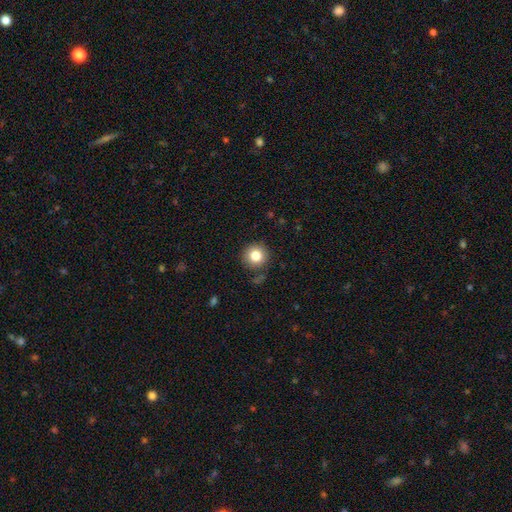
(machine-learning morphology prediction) This is clearly a smooth galaxy (82%). How rounded: clearly round (95%). Merging: clearly none (87%).